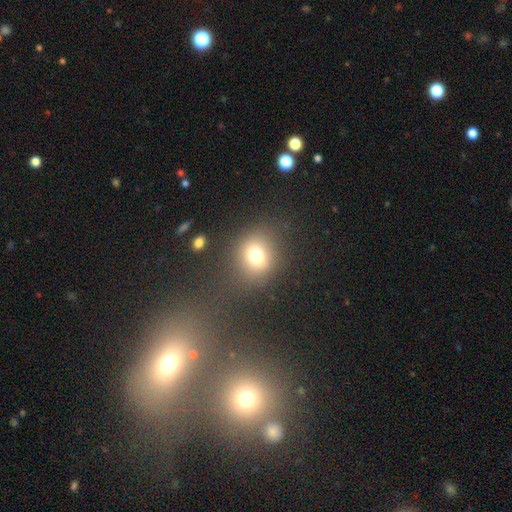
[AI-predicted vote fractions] smooth-or-featured: smooth: 74% | star or artifact: 16% | featured or disk: 11%
  how-rounded: round: 71% | in between: 28% | cigar-shaped: 1%
  merging: none: 75% | minor disturbance: 12% | major disturbance: 8% | merger: 5%